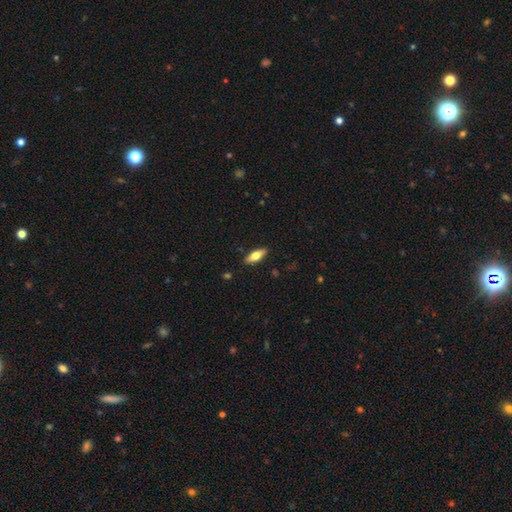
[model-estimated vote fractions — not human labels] This is likely a smooth galaxy (62%). How rounded: likely in between (63%). Merging: clearly none (89%).